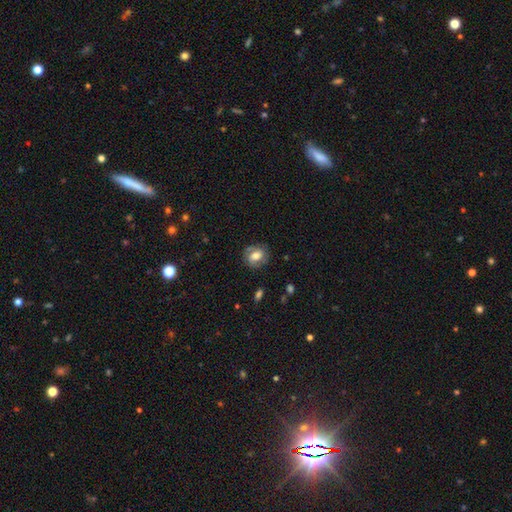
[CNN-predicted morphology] Smooth or featured?
  - featured or disk: 48% *
  - smooth: 44%
  - star or artifact: 8%
Merging?
  - none: 77% *
  - minor disturbance: 16%
  - major disturbance: 6%
  - merger: 1%